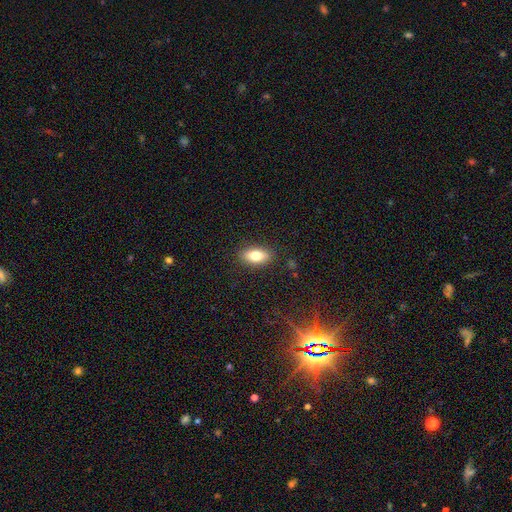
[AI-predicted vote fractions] Smooth or featured?
  - smooth: 77% *
  - featured or disk: 15%
  - star or artifact: 8%
How rounded?
  - in between: 86% *
  - cigar-shaped: 9%
  - round: 5%
Merging?
  - none: 87% *
  - minor disturbance: 9%
  - major disturbance: 3%
  - merger: 1%